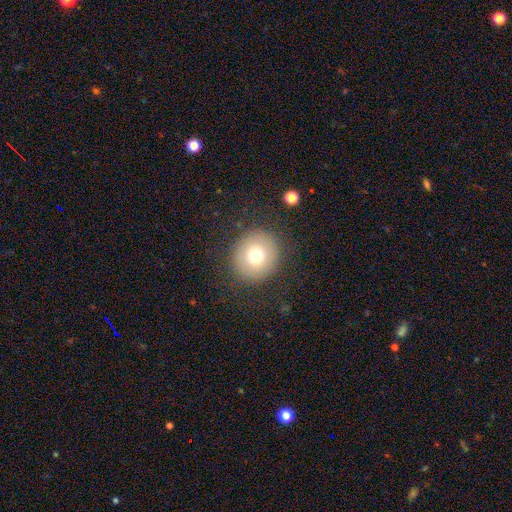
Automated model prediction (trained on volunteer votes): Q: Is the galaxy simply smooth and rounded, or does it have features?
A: smooth — 73%.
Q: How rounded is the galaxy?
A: round — 92%.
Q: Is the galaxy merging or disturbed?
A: none — 87%.